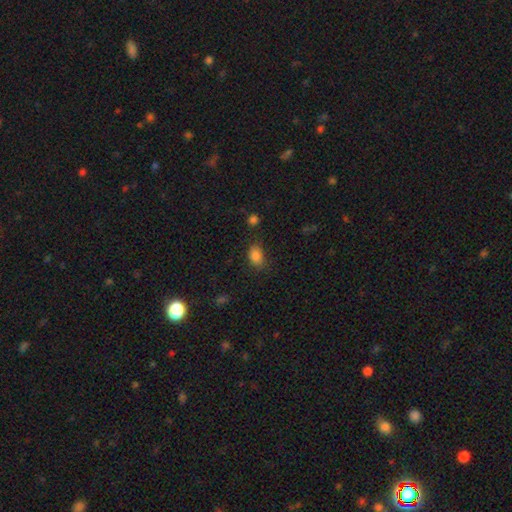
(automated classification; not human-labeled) smooth-or-featured: smooth: 84% | star or artifact: 11% | featured or disk: 5%
  how-rounded: in between: 80% | round: 18% | cigar-shaped: 1%
  merging: none: 72% | minor disturbance: 20% | major disturbance: 5% | merger: 3%